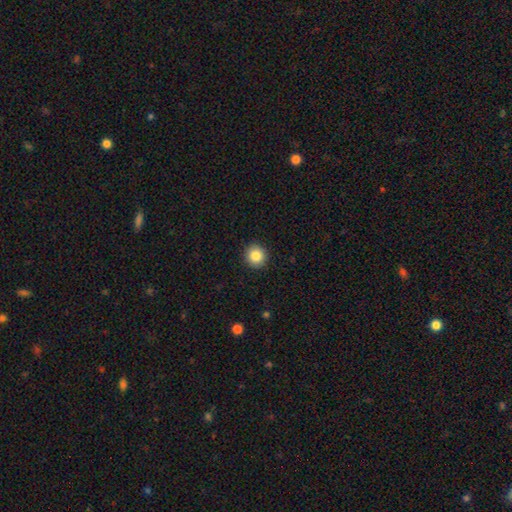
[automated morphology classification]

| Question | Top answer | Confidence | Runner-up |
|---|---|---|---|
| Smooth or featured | smooth | 85% | star or artifact (9%) |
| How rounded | round | 94% | in between (5%) |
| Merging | none | 93% | minor disturbance (5%) |